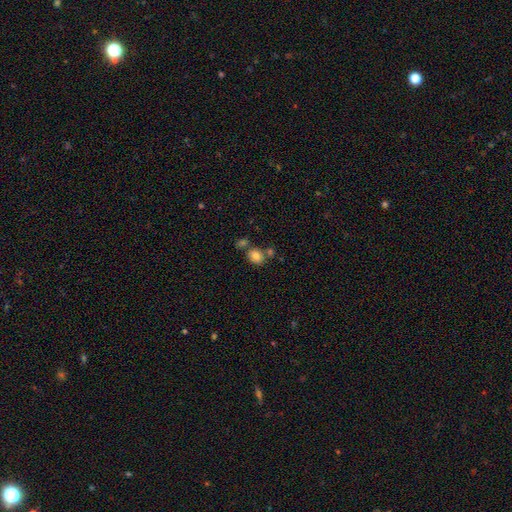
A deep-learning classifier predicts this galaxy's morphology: Overall: smooth (81%). How rounded: round (57%; in between 42%). Merging: none (62%).